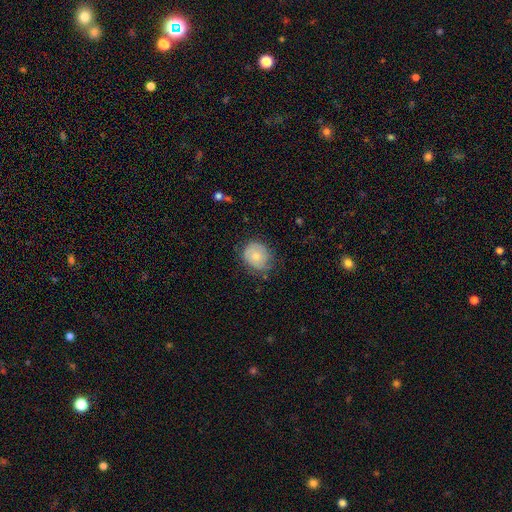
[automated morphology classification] smooth 66%, featured or disk 26%, star or artifact 8%. Down the decision tree: how rounded — round (72%); merging — none (62%).